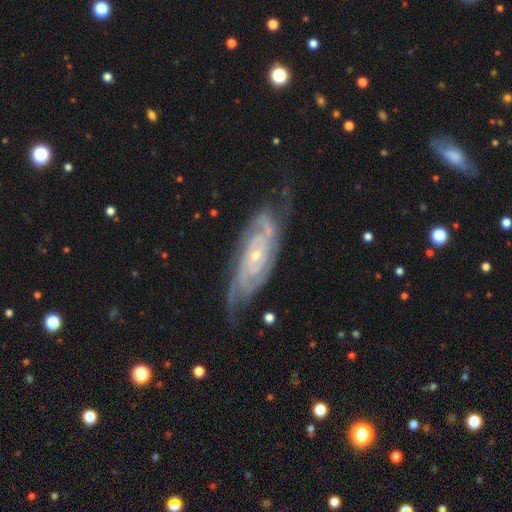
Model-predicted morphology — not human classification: smooth-or-featured: featured or disk: 90% | star or artifact: 5% | smooth: 5%
  disk-edge-on: no: 92% | yes: 8%
    bar: no: 66% | weak: 24% | strong: 10%
    has-spiral-arms: yes: 98% | no: 2%
      spiral-winding: tight: 71% | medium: 25% | loose: 4%
      spiral-arm-count: 2: 33% | 3: 22% | can't tell: 20% | 4: 14% | more than 4: 6% | 1: 5%
    bulge-size: small: 75% | moderate: 22% | none: 2% | large: 1% | dominant: 1%
  merging: none: 68% | minor disturbance: 21% | major disturbance: 9% | merger: 2%